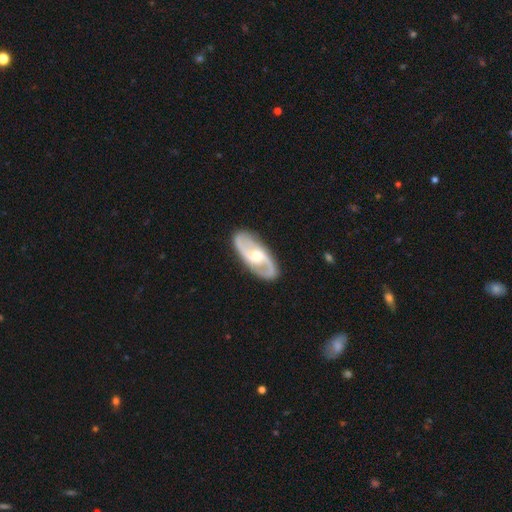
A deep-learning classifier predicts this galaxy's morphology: Smooth or featured? Predicted: featured or disk (p=0.87). Edge-on disk? Predicted: no (p=0.95). Bar? Predicted: weak (p=0.44). Spiral arms? Predicted: yes (p=0.96). Spiral winding? Predicted: medium (p=0.52). Spiral arm count? Predicted: 2 (p=0.93). Bulge size? Predicted: moderate (p=0.68). Merging? Predicted: none (p=0.87).